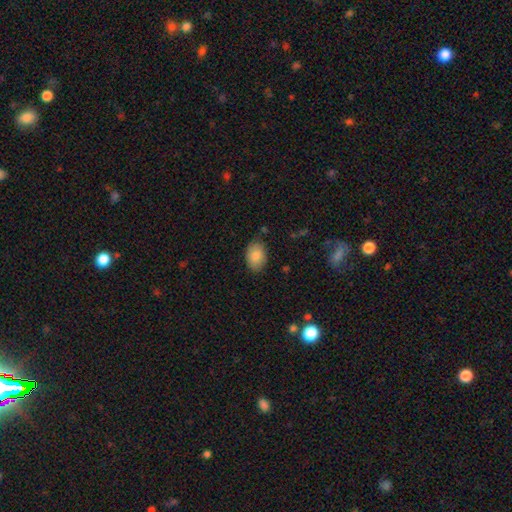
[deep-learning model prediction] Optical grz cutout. It shows a smooth galaxy with no disk features (86%) that is in between round and cigar-shaped (84%). Merging: none (81%).